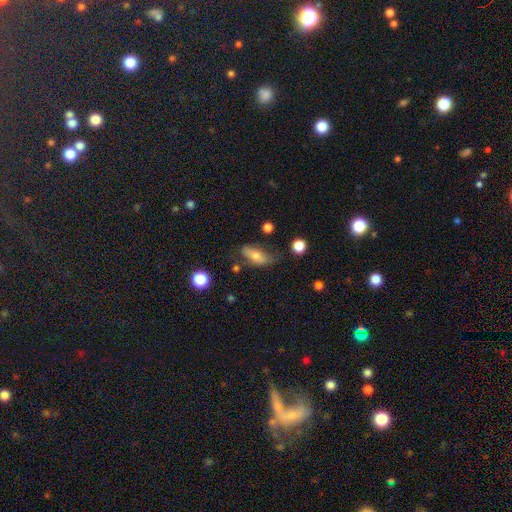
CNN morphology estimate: smooth_or_featured: smooth (p=0.67) [alt: featured or disk p=0.25]
how_rounded: in between (p=0.79) [alt: cigar-shaped p=0.16]
merging: none (p=0.53) [alt: minor disturbance p=0.30]